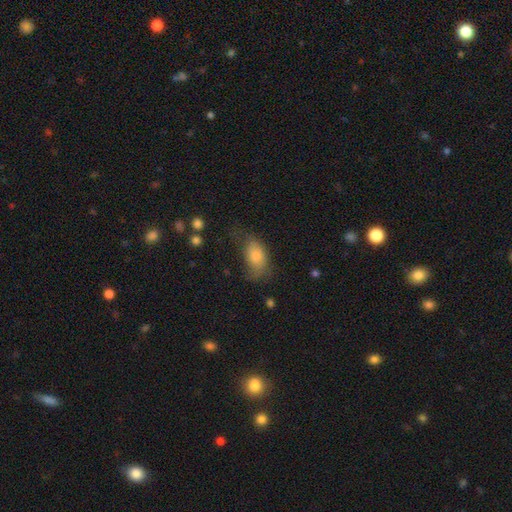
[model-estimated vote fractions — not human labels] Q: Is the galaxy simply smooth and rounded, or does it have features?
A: smooth — 77%.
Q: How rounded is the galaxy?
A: in between — 88%.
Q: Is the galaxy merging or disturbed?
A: none — 45%.